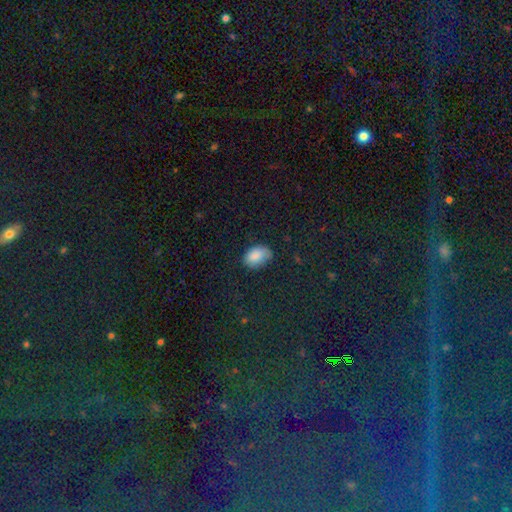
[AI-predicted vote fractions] Smooth or featured? smooth (86%)
How rounded? in between (87%)
Merging? none (68%)